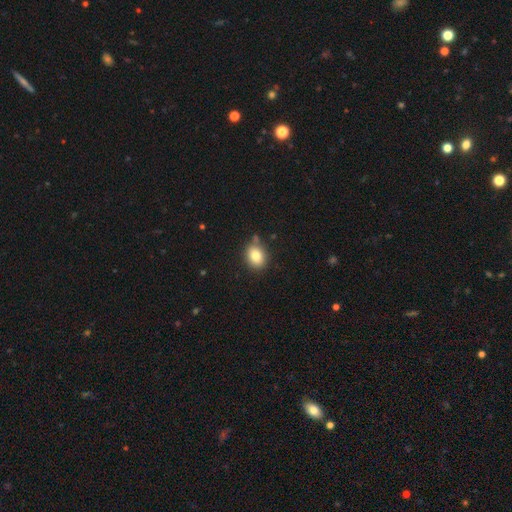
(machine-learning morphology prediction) smooth 82%, star or artifact 10%, featured or disk 8%. Down the decision tree: how rounded — round (53%); merging — none (79%).